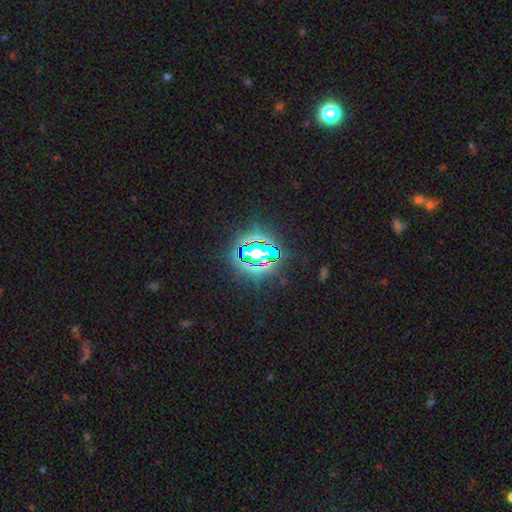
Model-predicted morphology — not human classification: This appears to be a star or artifact, not a galaxy (81%).